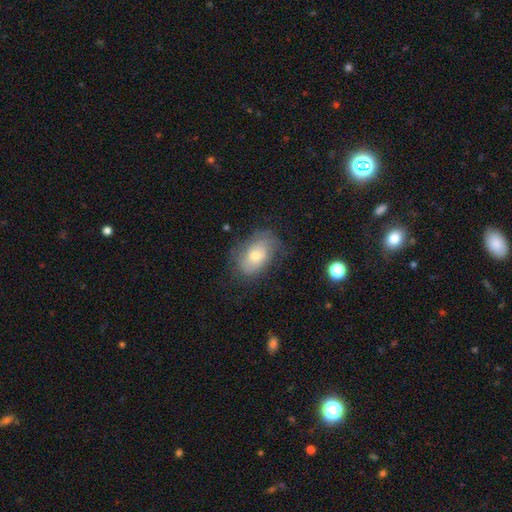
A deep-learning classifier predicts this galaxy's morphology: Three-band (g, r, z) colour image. It shows a smooth galaxy with no disk features (46%). Merging: none (68%).